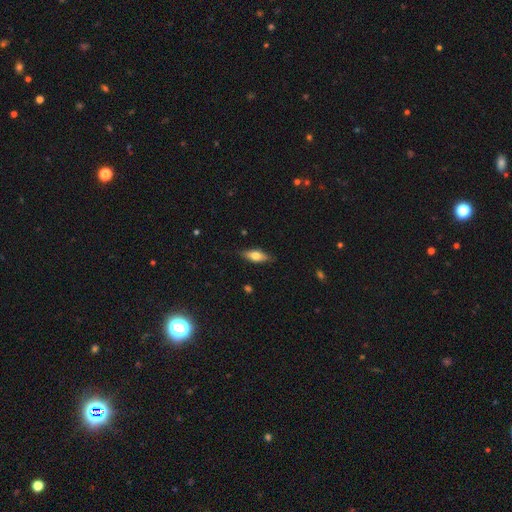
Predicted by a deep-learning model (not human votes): The model was most divided on "smooth or featured": smooth: 61%, featured or disk: 33%, star or artifact: 7%. More confident: merging — none (83%); how rounded — in between (68%).